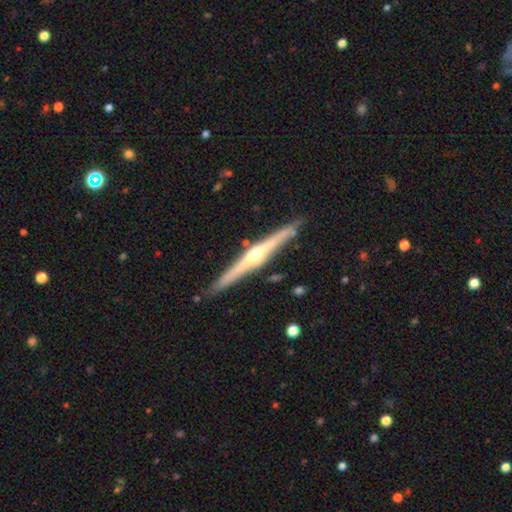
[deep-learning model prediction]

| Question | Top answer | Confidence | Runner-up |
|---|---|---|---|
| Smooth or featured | featured or disk | 81% | smooth (14%) |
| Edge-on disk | yes | 98% | no (2%) |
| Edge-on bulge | rounded | 89% | none (6%) |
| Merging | none | 88% | minor disturbance (8%) |